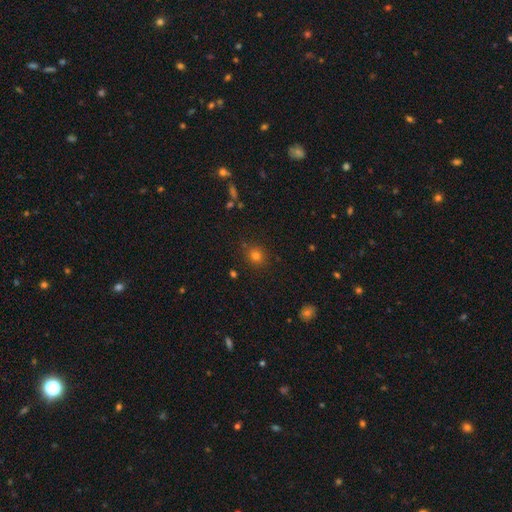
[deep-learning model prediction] This is likely a smooth galaxy (76%). How rounded: clearly round (83%). Merging: clearly none (84%).